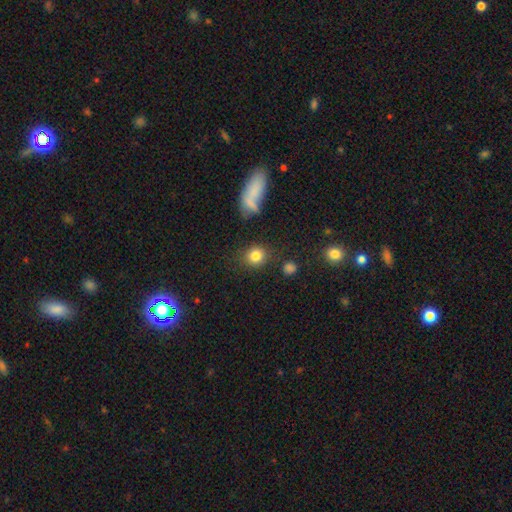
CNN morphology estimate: Smooth or featured? smooth (82%)
How rounded? round (81%)
Merging? none (79%)